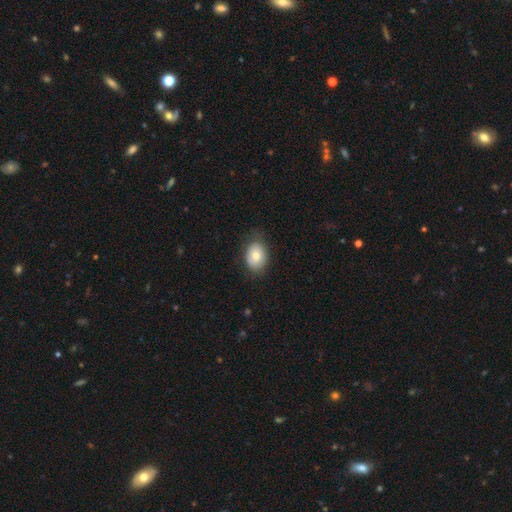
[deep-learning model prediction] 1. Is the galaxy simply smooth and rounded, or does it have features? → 81% smooth, 12% featured or disk, 7% star or artifact.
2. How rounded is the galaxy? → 76% in between, 23% round, 1% cigar-shaped.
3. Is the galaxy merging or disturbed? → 76% none, 18% minor disturbance, 5% major disturbance, 1% merger.